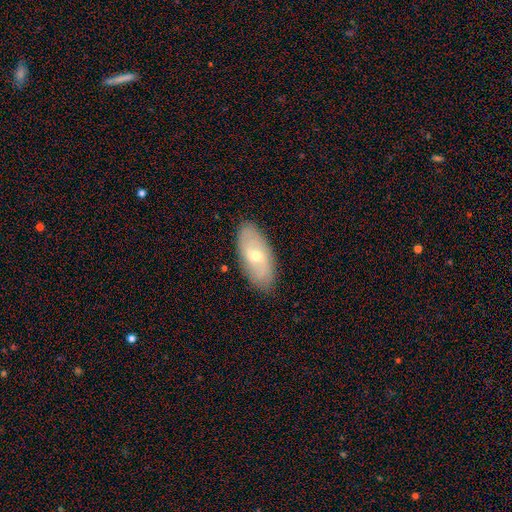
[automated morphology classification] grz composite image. It shows a featured or disk galaxy (49%). Merging: none (86%).